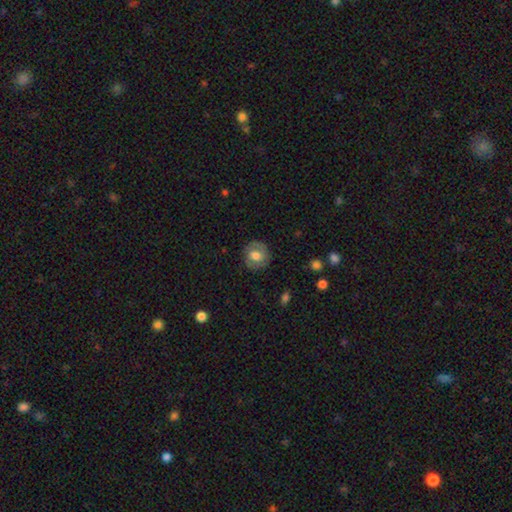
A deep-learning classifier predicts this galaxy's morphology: A smooth galaxy with no disk features (55%) that is round (83%).

Vote fractions:
- Smooth or featured? smooth: 55% / featured or disk: 37% / star or artifact: 7%
- How rounded? round: 83% / in between: 16% / cigar-shaped: 1%
- Merging? none: 81% / minor disturbance: 14% / major disturbance: 5% / merger: 1%